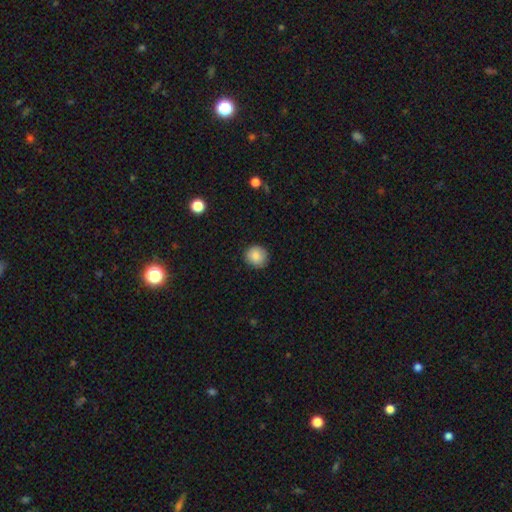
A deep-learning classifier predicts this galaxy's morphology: type=smooth (87%); roundness=round (91%); merging=none (88%).